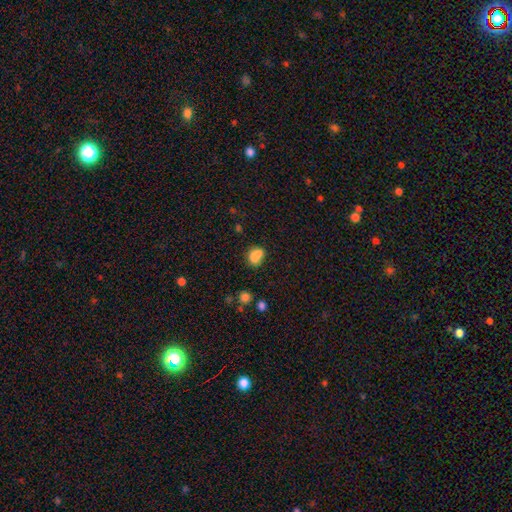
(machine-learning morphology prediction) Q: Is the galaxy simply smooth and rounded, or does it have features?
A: smooth — 79%.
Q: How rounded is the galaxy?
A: in between — 58%.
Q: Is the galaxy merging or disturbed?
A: none — 38%.